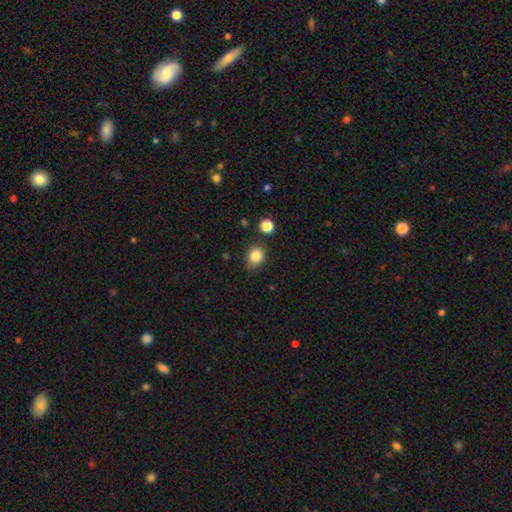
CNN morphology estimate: Smooth or featured? Predicted: smooth (p=0.84). How rounded? Predicted: round (p=0.60). Merging? Predicted: none (p=0.78).